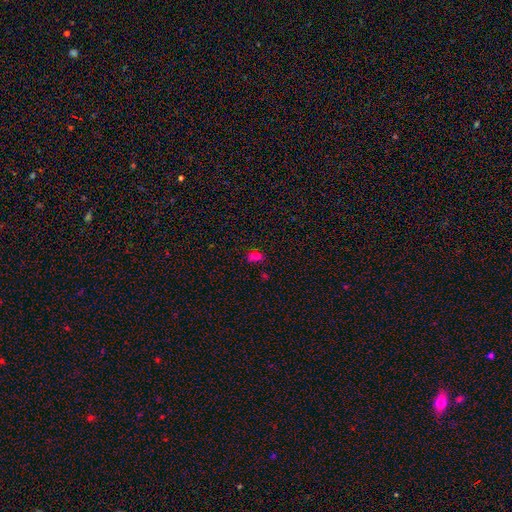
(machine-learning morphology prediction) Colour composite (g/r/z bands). It shows a smooth galaxy with no disk features (70%) that is in between round and cigar-shaped (61%). Merging: none (68%).